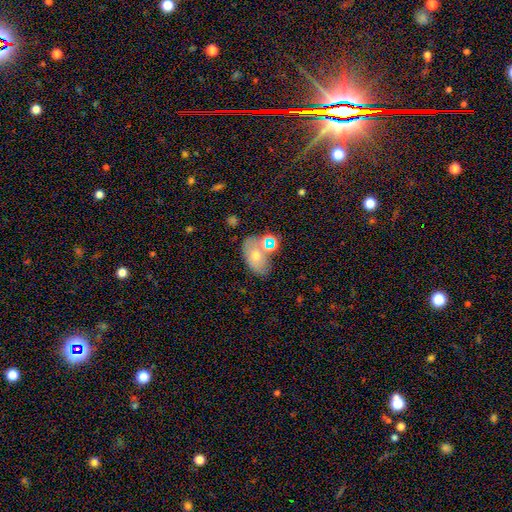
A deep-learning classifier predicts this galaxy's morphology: Smooth or featured?
  - smooth: 57% *
  - featured or disk: 28%
  - star or artifact: 16%
How rounded?
  - in between: 85% *
  - round: 13%
  - cigar-shaped: 2%
Merging?
  - none: 53% *
  - merger: 22%
  - minor disturbance: 18%
  - major disturbance: 7%